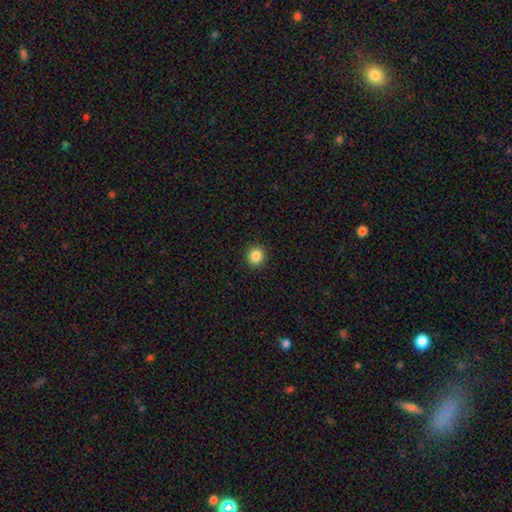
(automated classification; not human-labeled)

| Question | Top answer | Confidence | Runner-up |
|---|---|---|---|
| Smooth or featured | smooth | 86% | star or artifact (10%) |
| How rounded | round | 89% | in between (10%) |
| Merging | none | 93% | minor disturbance (5%) |